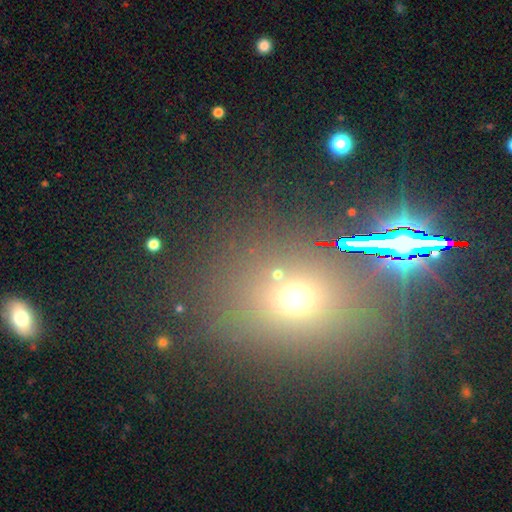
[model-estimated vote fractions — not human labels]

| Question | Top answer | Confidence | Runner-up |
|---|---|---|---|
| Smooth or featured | star or artifact | 45% | smooth (44%) |